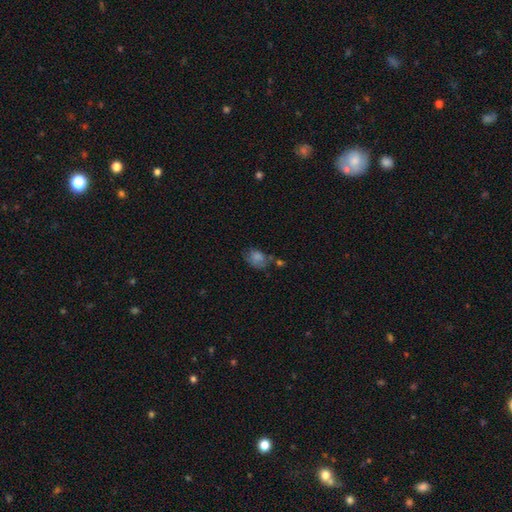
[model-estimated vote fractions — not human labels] smooth-or-featured: smooth: 52% | star or artifact: 26% | featured or disk: 22%
  how-rounded: in between: 63% | round: 35% | cigar-shaped: 2%
  merging: none: 53% | minor disturbance: 22% | major disturbance: 14% | merger: 11%